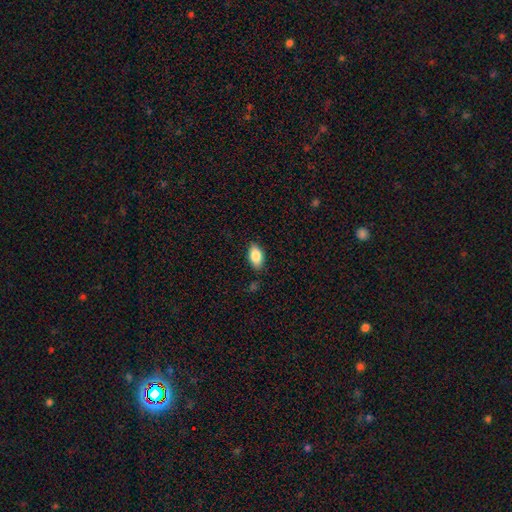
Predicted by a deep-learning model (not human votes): Q: Smooth or featured?
A: smooth (84%); runner-up: featured or disk (9%)
Q: How rounded?
A: in between (91%); runner-up: cigar-shaped (5%)
Q: Merging?
A: none (84%); runner-up: minor disturbance (12%)